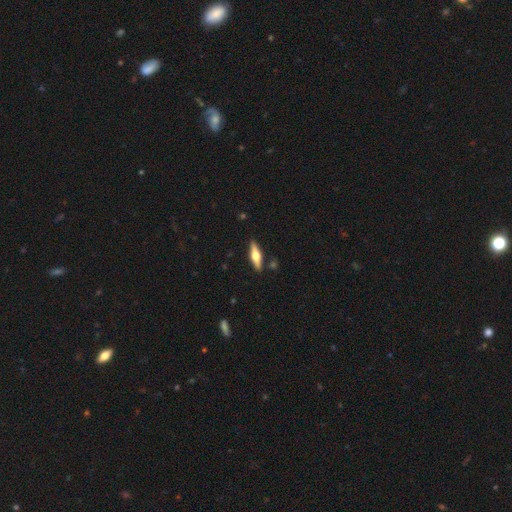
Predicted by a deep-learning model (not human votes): Smooth or featured: featured or disk — 60% (smooth — 34%)
Edge-on disk: yes — 95% (no — 5%)
Edge-on bulge: rounded — 95% (boxy — 4%)
Merging: none — 87% (minor disturbance — 8%)